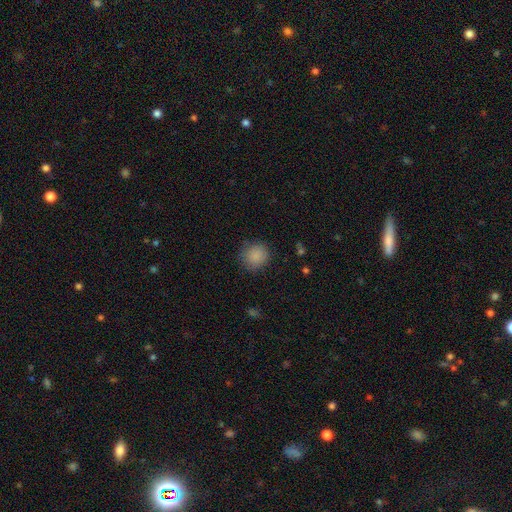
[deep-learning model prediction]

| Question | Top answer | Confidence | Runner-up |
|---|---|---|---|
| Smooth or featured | smooth | 87% | star or artifact (9%) |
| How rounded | round | 90% | in between (9%) |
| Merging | none | 84% | minor disturbance (12%) |